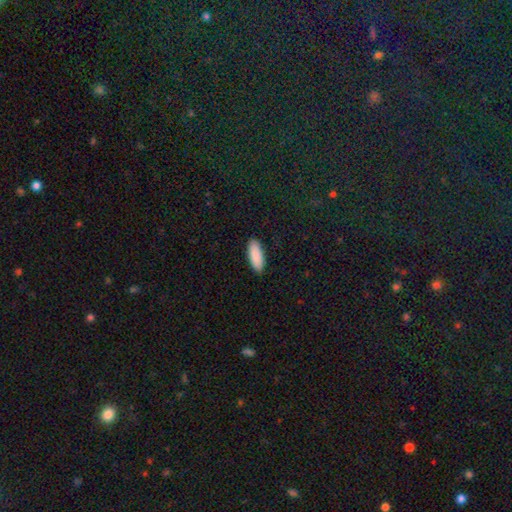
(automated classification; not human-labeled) Smooth or featured? smooth (91%)
How rounded? in between (73%)
Merging? none (89%)